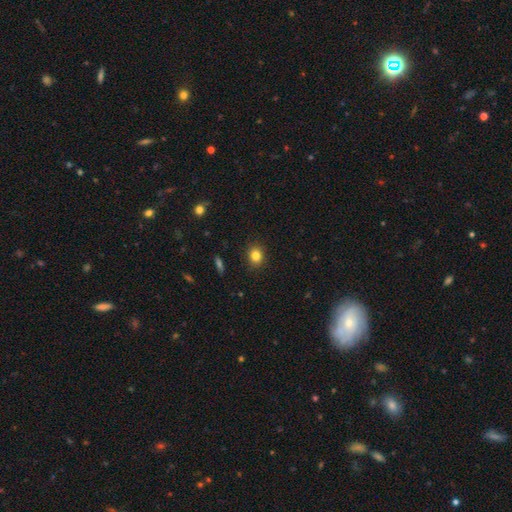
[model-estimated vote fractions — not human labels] Smooth or featured?
  - smooth: 82% *
  - star or artifact: 11%
  - featured or disk: 6%
How rounded?
  - round: 64% *
  - in between: 34%
  - cigar-shaped: 1%
Merging?
  - none: 90% *
  - minor disturbance: 7%
  - major disturbance: 2%
  - merger: 1%